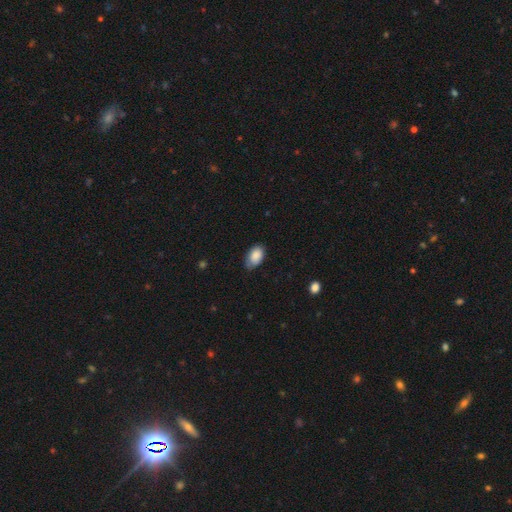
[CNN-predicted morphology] This is clearly a smooth galaxy (88%). How rounded: clearly in between (93%). Merging: likely none (69%).